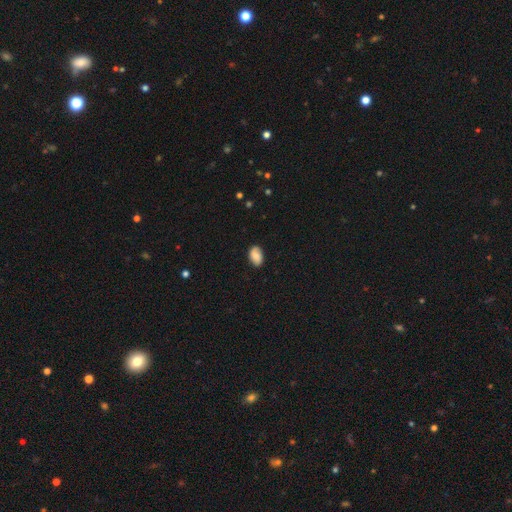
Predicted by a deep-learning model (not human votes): Morphology: type=smooth (77%); roundness=in between (89%); merging=none (82%).